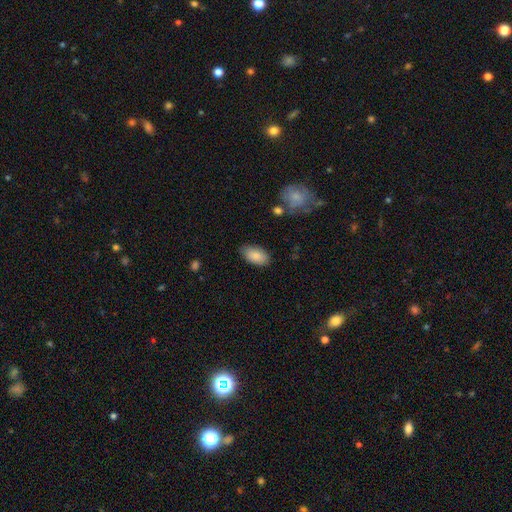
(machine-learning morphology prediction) The model was most divided on "merging": none: 84%, minor disturbance: 12%, major disturbance: 3%, merger: 1%. More confident: how rounded — in between (94%); smooth or featured — smooth (86%).